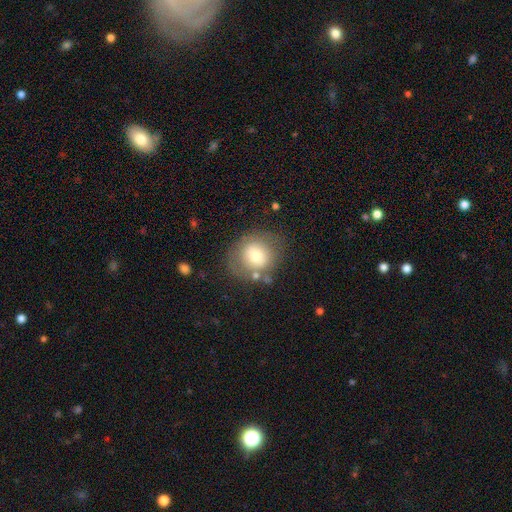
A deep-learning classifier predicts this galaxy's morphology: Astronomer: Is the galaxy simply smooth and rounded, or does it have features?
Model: smooth — 67%.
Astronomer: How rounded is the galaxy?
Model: round — 77%.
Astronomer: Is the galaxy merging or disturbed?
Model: none — 69%.